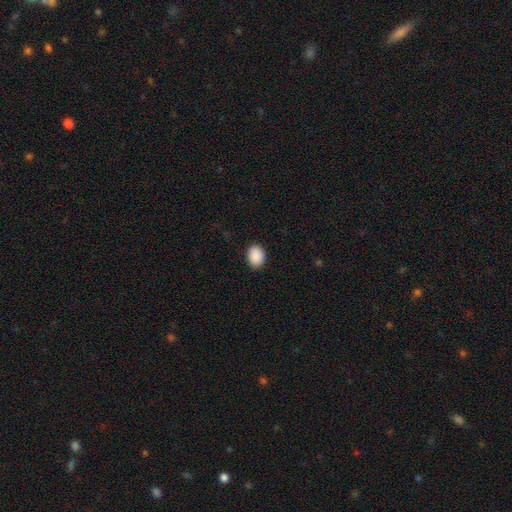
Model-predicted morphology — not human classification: A smooth galaxy with no disk features (91%) that is in between round and cigar-shaped (68%).

Vote fractions:
- Smooth or featured? smooth: 91% / star or artifact: 7% / featured or disk: 2%
- How rounded? in between: 68% / round: 31% / cigar-shaped: 1%
- Merging? none: 89% / minor disturbance: 8% / major disturbance: 2% / merger: 1%